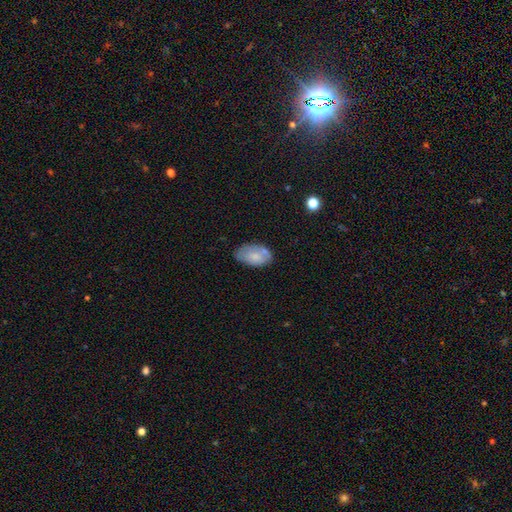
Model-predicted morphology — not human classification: This is likely a smooth galaxy (70%). How rounded: clearly in between (94%). Merging: possibly none (59%).